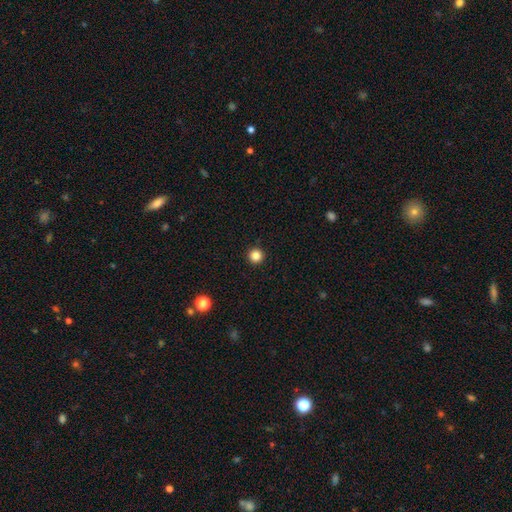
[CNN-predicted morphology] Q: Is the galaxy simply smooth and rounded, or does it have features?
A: smooth — 84%.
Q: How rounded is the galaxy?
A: round — 97%.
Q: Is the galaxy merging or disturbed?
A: none — 94%.